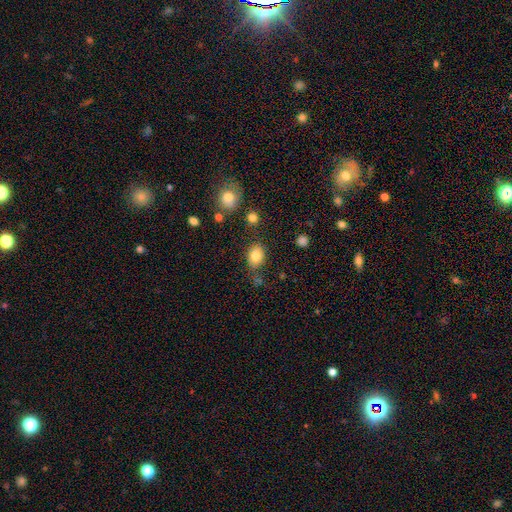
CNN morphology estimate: Smooth or featured? Predicted: smooth (p=0.83). How rounded? Predicted: in between (p=0.66). Merging? Predicted: none (p=0.75).